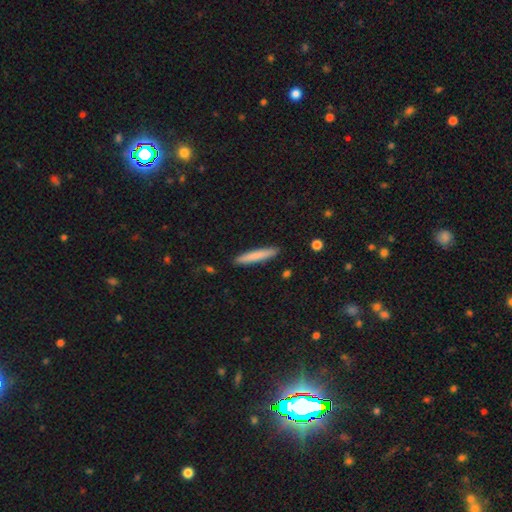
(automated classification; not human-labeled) This is likely a smooth galaxy (79%). How rounded: clearly cigar-shaped (94%). Merging: clearly none (91%).